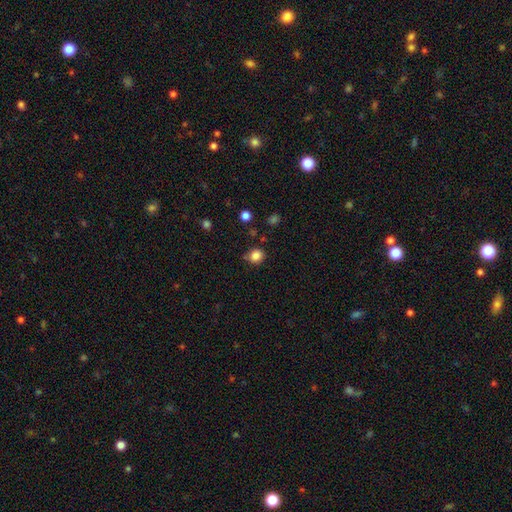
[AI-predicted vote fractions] Morphology: type=smooth (84%); roundness=round (78%); merging=none (76%).